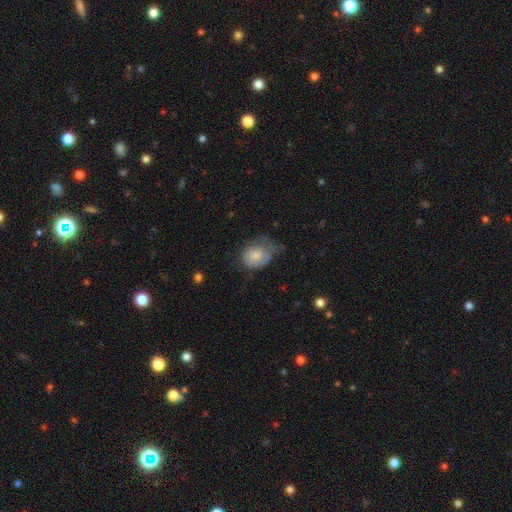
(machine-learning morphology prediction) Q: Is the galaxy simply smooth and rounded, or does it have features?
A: smooth — 70%.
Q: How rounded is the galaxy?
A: in between — 57%.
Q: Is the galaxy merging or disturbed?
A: minor disturbance — 36%.